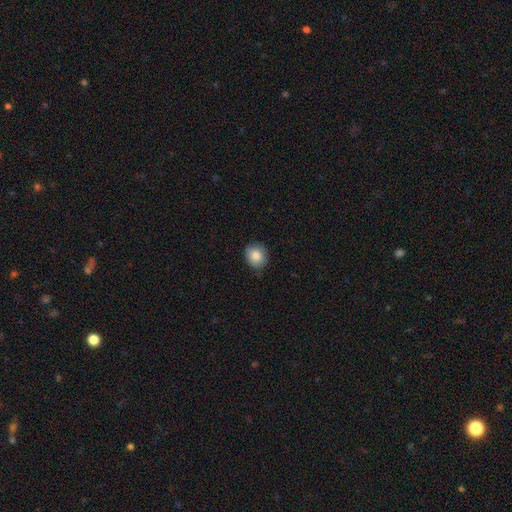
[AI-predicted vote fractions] A smooth galaxy with no disk features (84%) that is round (72%). Merging: none (82%).